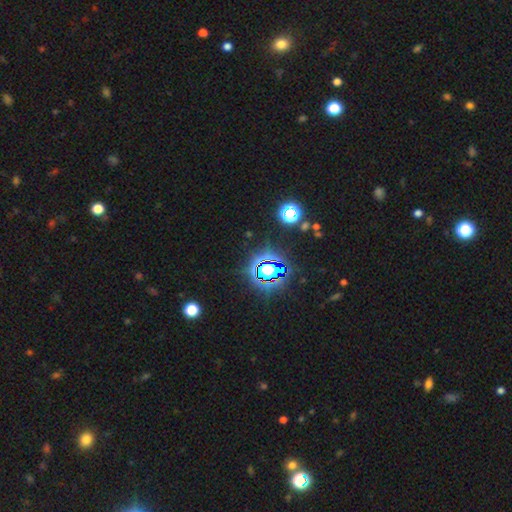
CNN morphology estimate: Overall: star or artifact (79%).